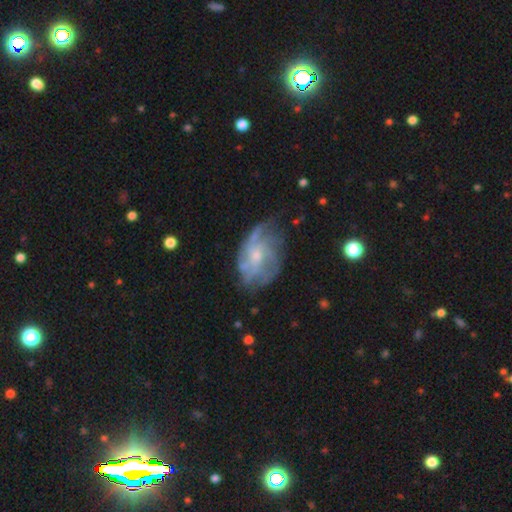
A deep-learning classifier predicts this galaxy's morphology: type=featured or disk (76%); edge-on=no (97%); bar=no (68%); spiral arms=yes (84%); winding=medium (39%); arm count=can't tell (44%); bulge=small (56%); merging=none (57%).